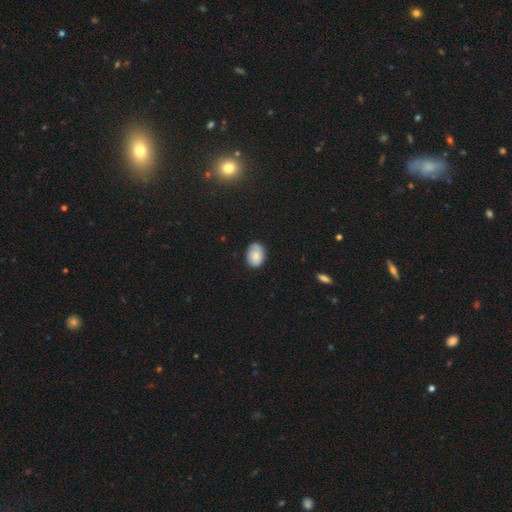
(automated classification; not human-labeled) Smooth or featured: smooth — 78% (featured or disk — 15%)
How rounded: in between — 74% (round — 25%)
Merging: none — 76% (minor disturbance — 20%)